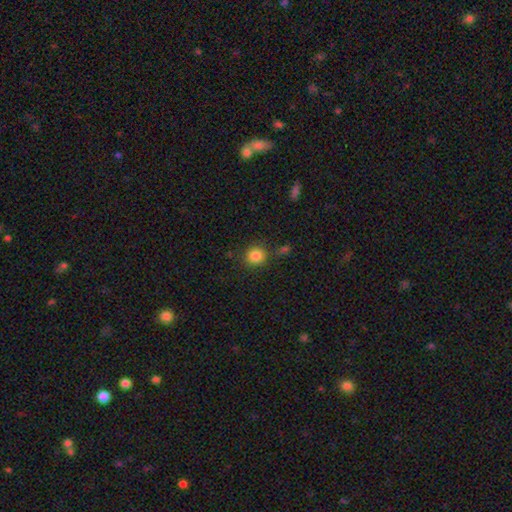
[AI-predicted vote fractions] Smooth or featured? smooth (84%)
How rounded? round (86%)
Merging? none (81%)